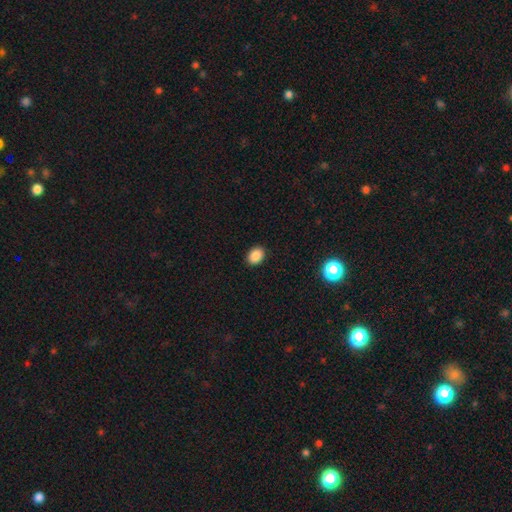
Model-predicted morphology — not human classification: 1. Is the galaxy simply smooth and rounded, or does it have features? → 87% smooth, 10% star or artifact, 3% featured or disk.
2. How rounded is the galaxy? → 59% in between, 40% round, 1% cigar-shaped.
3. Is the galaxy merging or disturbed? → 90% none, 7% minor disturbance, 2% major disturbance, 1% merger.